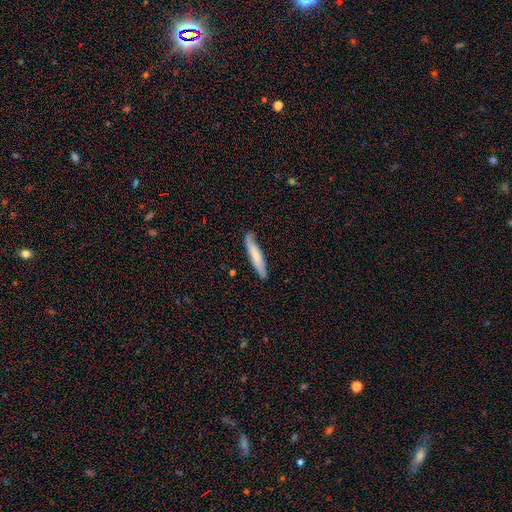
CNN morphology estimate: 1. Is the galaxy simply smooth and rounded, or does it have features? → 66% smooth, 28% featured or disk, 5% star or artifact.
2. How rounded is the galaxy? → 89% cigar-shaped, 10% in between, 1% round.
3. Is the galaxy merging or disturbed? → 85% none, 12% minor disturbance, 2% major disturbance, 1% merger.